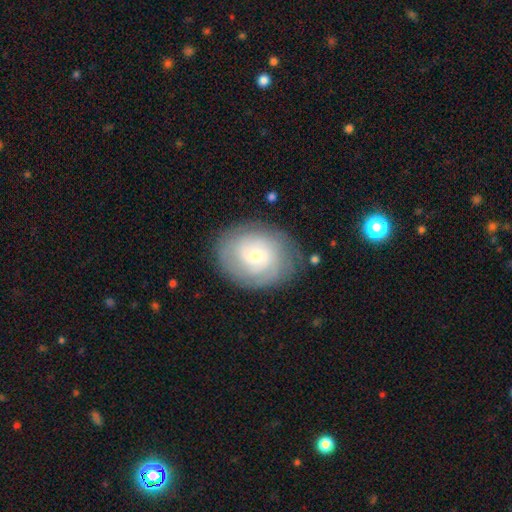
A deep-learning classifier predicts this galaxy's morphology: Smooth or featured? featured or disk (75%)
Edge-on disk? no (97%)
Bar? no (63%)
Spiral arms? yes (92%)
Spiral winding? tight (68%)
Spiral arm count? can't tell (36%)
Bulge size? small (68%)
Merging? none (80%)